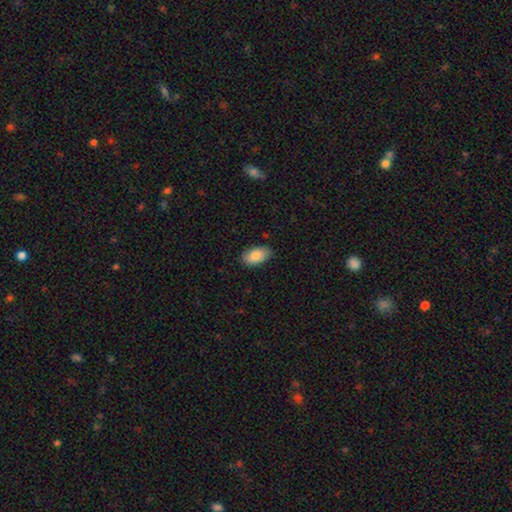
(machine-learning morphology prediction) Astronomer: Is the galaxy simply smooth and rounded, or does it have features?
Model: smooth — 88%.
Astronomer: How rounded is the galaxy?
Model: in between — 94%.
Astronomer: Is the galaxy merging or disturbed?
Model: none — 84%.